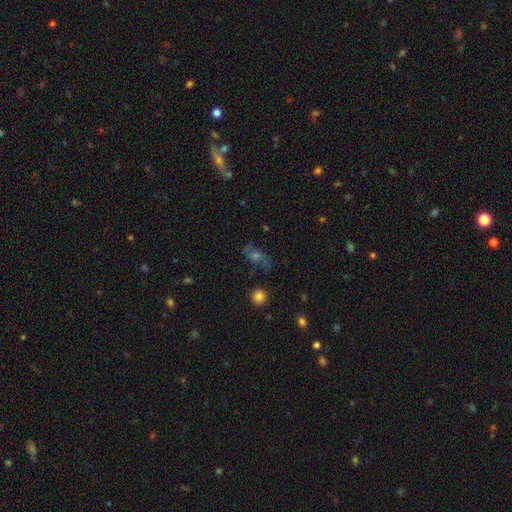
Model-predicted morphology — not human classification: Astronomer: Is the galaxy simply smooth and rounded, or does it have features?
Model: featured or disk — 56%.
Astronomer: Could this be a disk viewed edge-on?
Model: no — 90%.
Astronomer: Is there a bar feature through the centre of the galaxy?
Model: no — 64%.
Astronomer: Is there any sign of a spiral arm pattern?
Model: yes — 86%.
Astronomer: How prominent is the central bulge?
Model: moderate — 51%.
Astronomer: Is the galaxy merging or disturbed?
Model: none — 70%.